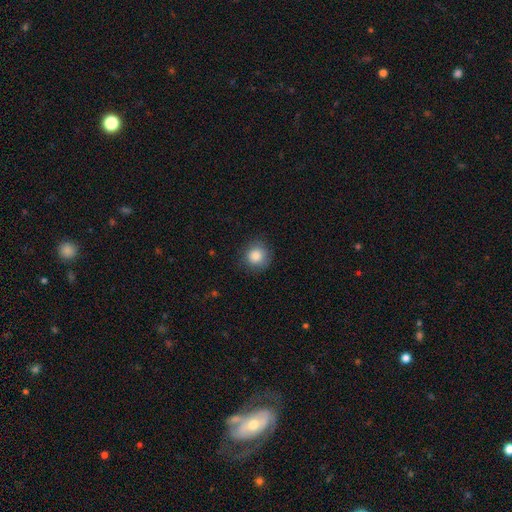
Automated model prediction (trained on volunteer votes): A smooth galaxy with no disk features (86%) that is round (91%).

Vote fractions:
- Smooth or featured? smooth: 86% / star or artifact: 9% / featured or disk: 5%
- How rounded? round: 91% / in between: 8% / cigar-shaped: 1%
- Merging? none: 85% / minor disturbance: 11% / major disturbance: 3% / merger: 1%